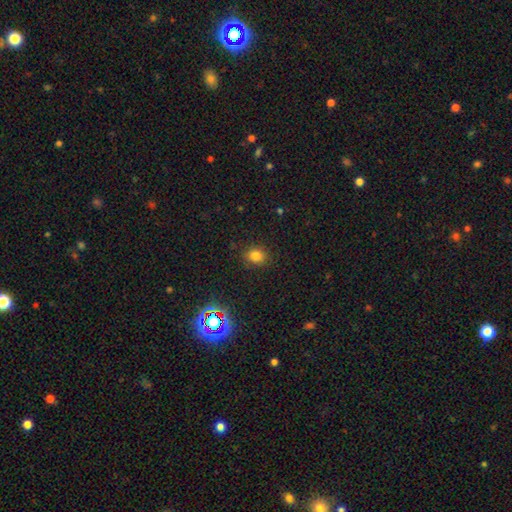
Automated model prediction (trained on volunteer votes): This appears to be a smooth galaxy with no disk features (78%) that is round (60%). Merging: none (86%).